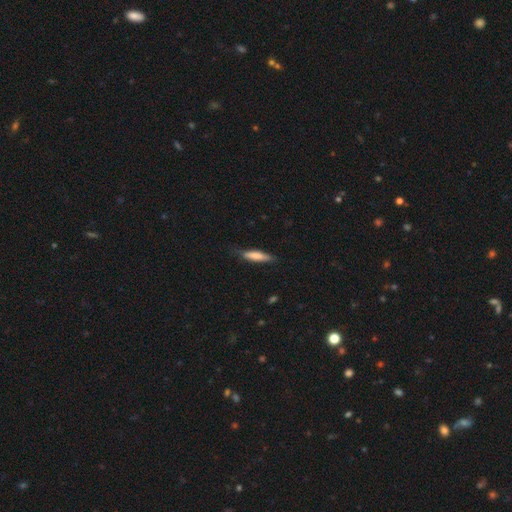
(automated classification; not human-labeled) A smooth galaxy with no disk features (74%) that is cigar-shaped (78%).

Vote fractions:
- Smooth or featured? smooth: 74% / featured or disk: 20% / star or artifact: 6%
- How rounded? cigar-shaped: 78% / in between: 20% / round: 1%
- Merging? none: 73% / minor disturbance: 21% / major disturbance: 4% / merger: 1%